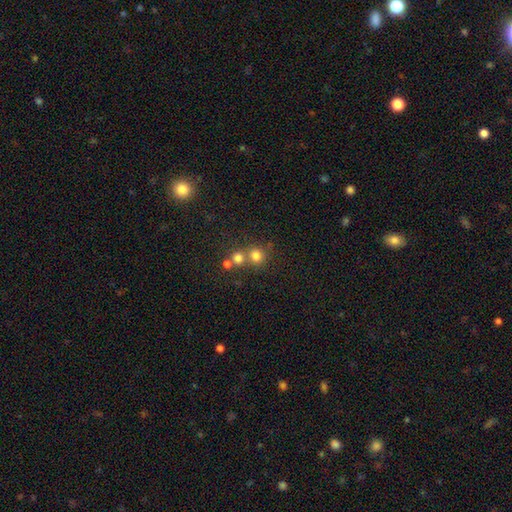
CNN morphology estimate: A smooth galaxy with no disk features (76%) that is round (90%).

Vote fractions:
- Smooth or featured? smooth: 76% / star or artifact: 16% / featured or disk: 8%
- How rounded? round: 90% / in between: 9% / cigar-shaped: 1%
- Merging? none: 57% / merger: 34% / minor disturbance: 6% / major disturbance: 3%